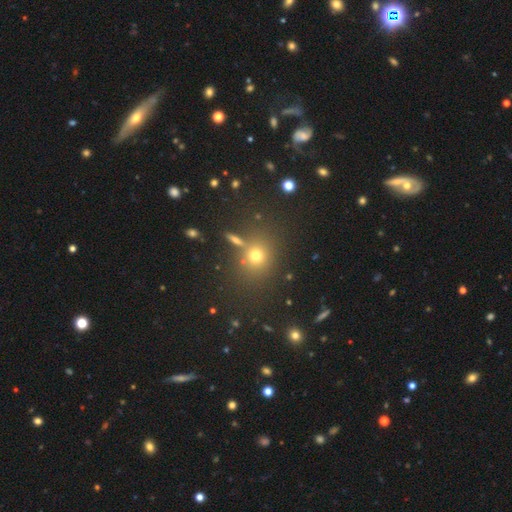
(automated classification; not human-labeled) Overall: smooth (68%). How rounded: round (76%). Merging: none (76%).